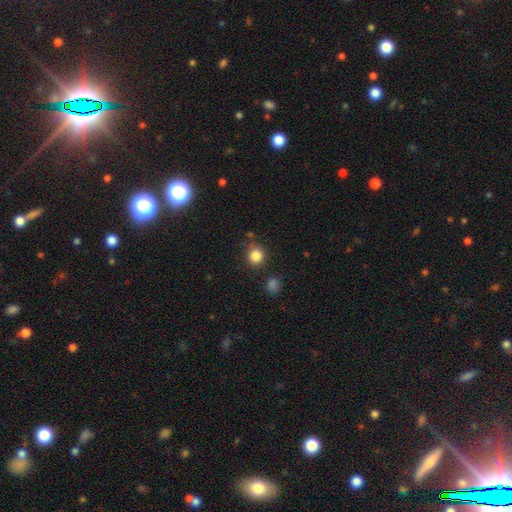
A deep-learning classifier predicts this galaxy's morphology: smooth-or-featured: smooth: 84% | star or artifact: 11% | featured or disk: 4%
  how-rounded: round: 88% | in between: 11% | cigar-shaped: 1%
  merging: none: 79% | minor disturbance: 12% | merger: 5% | major disturbance: 4%